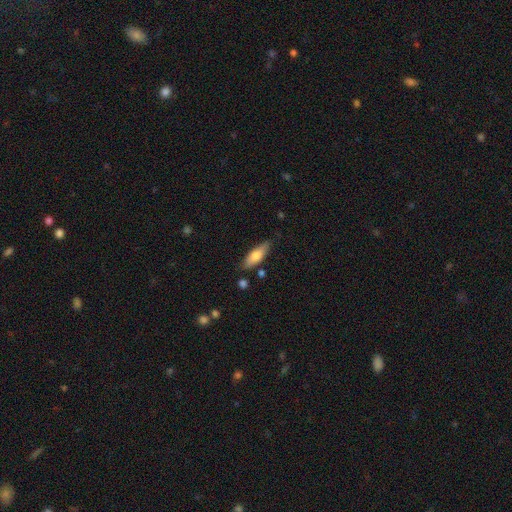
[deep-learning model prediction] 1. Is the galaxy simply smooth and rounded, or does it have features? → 70% smooth, 24% featured or disk, 6% star or artifact.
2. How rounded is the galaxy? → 59% in between, 39% cigar-shaped, 2% round.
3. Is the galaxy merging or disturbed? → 79% none, 15% minor disturbance, 3% merger, 3% major disturbance.